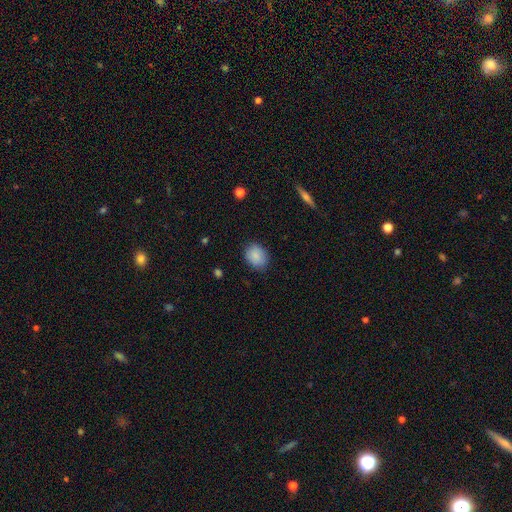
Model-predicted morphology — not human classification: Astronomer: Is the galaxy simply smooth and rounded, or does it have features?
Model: smooth — 88%.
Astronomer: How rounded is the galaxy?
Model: in between — 54% (runner-up: round, 45%).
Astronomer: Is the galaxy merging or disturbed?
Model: none — 84%.